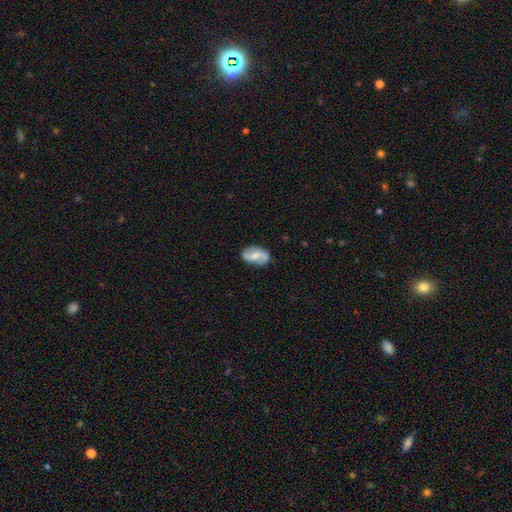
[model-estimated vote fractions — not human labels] featured or disk 69%, smooth 24%, star or artifact 6%. Down the decision tree: edge-on disk — no (97%); bar — weak (48%); spiral arms — yes (92%); spiral arm count — 2 (91%); spiral winding — loose (53%); bulge size — moderate (39%); merging — none (82%).